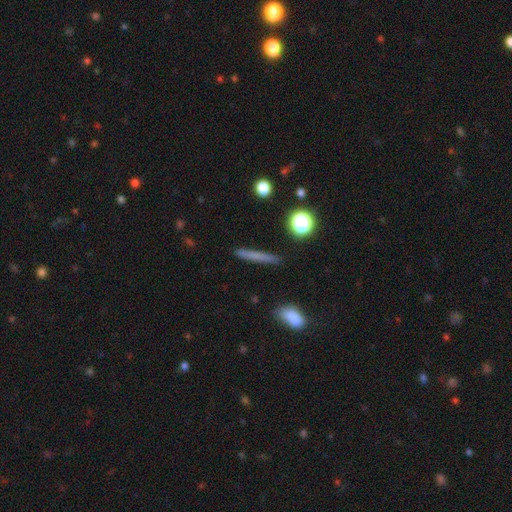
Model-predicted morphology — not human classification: Smooth or featured?
  - smooth: 66% *
  - featured or disk: 23%
  - star or artifact: 10%
How rounded?
  - cigar-shaped: 92% *
  - in between: 4%
  - round: 4%
Merging?
  - none: 89% *
  - minor disturbance: 8%
  - major disturbance: 2%
  - merger: 2%